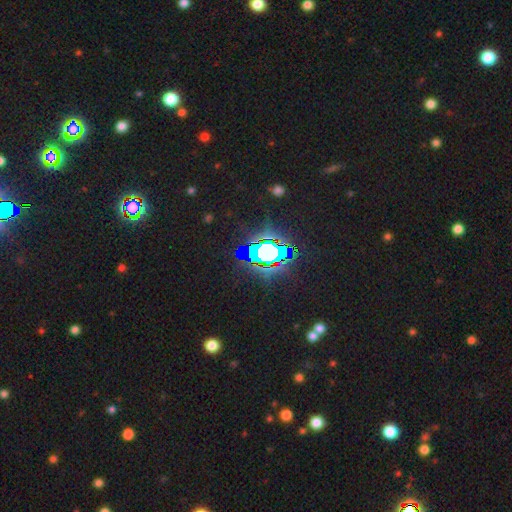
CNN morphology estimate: type=star or artifact (83%).